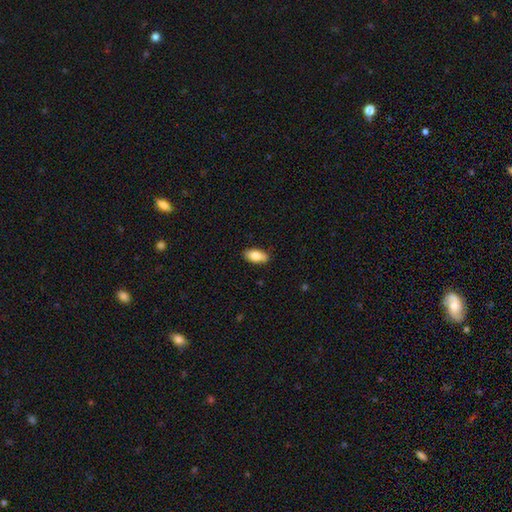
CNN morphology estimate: Q: Smooth or featured?
A: smooth (82%); runner-up: featured or disk (11%)
Q: How rounded?
A: in between (91%); runner-up: cigar-shaped (6%)
Q: Merging?
A: none (87%); runner-up: minor disturbance (10%)